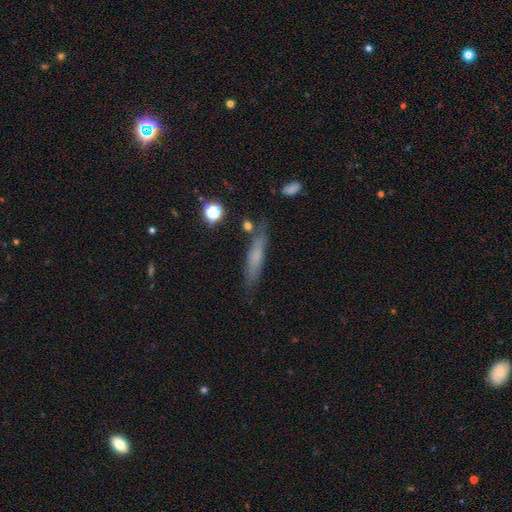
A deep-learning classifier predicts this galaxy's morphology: smooth_or_featured: smooth (p=0.64) [alt: featured or disk p=0.26]
how_rounded: cigar-shaped (p=0.84) [alt: in between p=0.14]
merging: none (p=0.76) [alt: minor disturbance p=0.16]